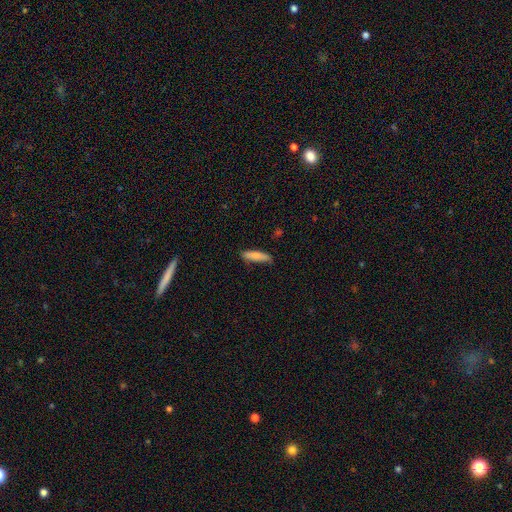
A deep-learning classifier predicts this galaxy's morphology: Overall: smooth (82%). How rounded: cigar-shaped (73%). Merging: none (78%).